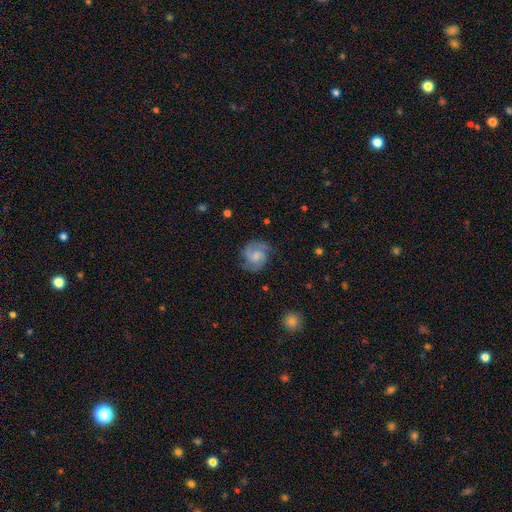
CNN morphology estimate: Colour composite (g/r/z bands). It shows a featured or disk galaxy (75%) with no bar (58%), 2 (81%) medium (50%) spiral arms (95%) and a small central bulge (44%). Merging: none (73%).